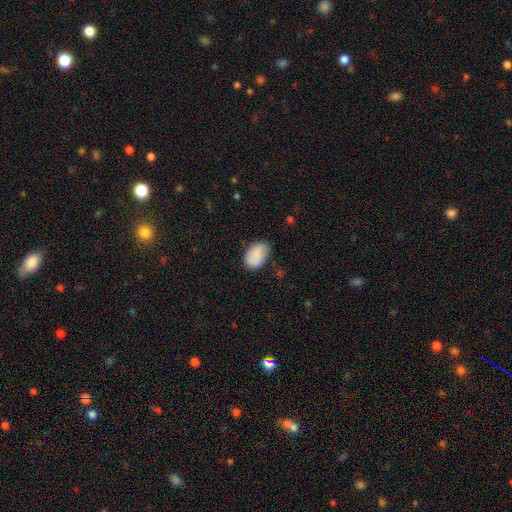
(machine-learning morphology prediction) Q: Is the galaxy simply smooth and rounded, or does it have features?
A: smooth — 84%.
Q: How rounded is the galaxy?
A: in between — 87%.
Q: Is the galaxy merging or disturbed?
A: none — 72%.